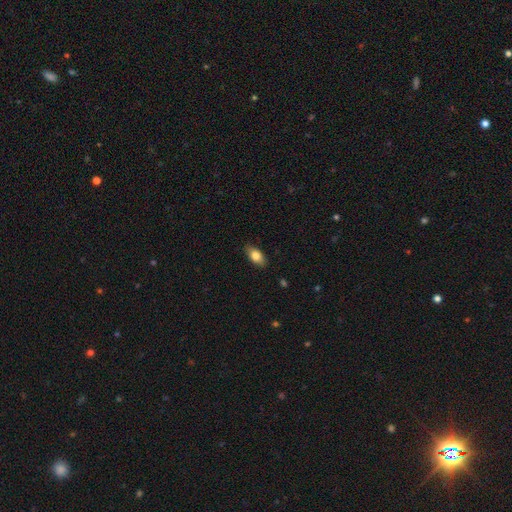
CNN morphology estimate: smooth-or-featured: smooth: 80% | featured or disk: 13% | star or artifact: 7%
  how-rounded: in between: 89% | cigar-shaped: 6% | round: 4%
  merging: none: 87% | minor disturbance: 10% | major disturbance: 2% | merger: 1%